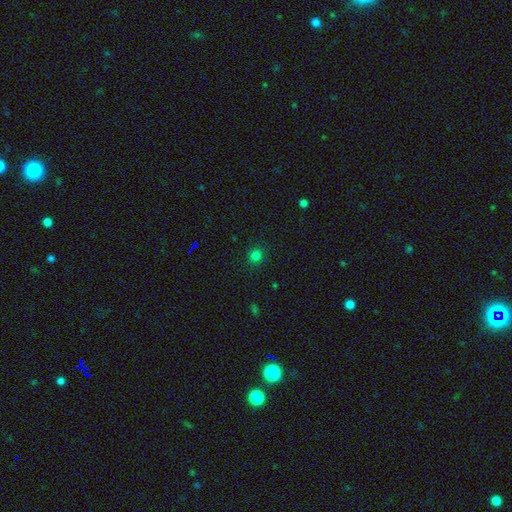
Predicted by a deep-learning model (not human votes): Smooth or featured: smooth — 78% (star or artifact — 18%)
How rounded: round — 87% (in between — 12%)
Merging: none — 89% (minor disturbance — 8%)